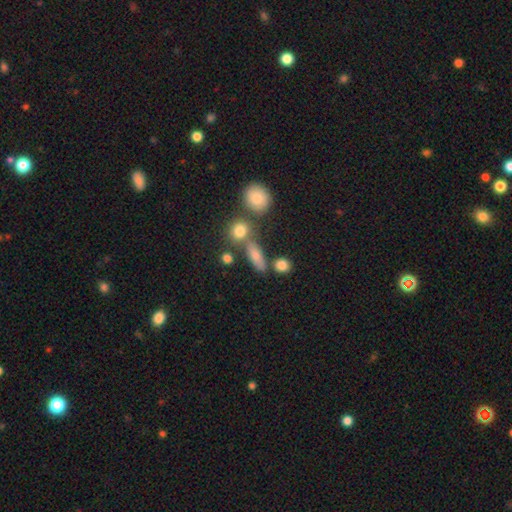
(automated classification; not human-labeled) This appears to be a smooth galaxy with no disk features (75%) that is in between round and cigar-shaped (49%). Merging: none (62%).